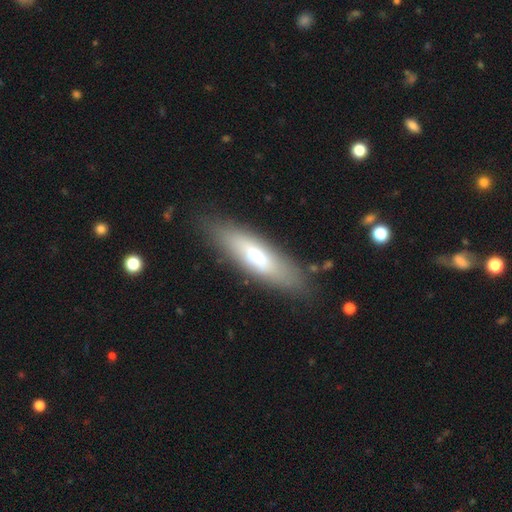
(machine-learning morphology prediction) type=smooth (59%); roundness=cigar-shaped (53%); merging=none (82%).